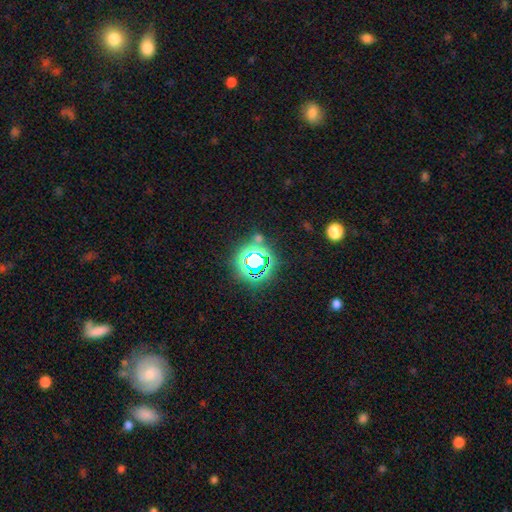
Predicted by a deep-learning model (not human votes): Overall: star or artifact (74%).